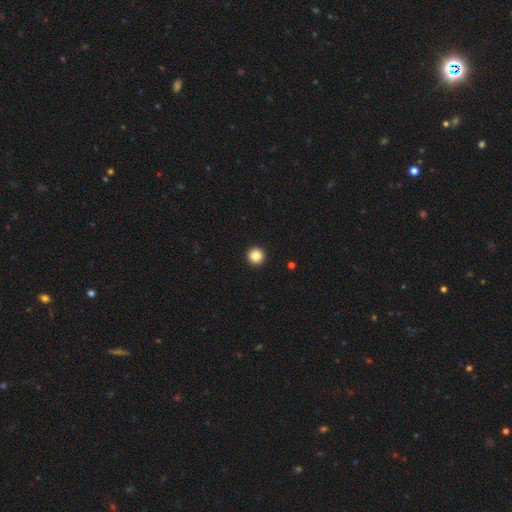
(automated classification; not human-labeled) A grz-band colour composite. It shows a smooth galaxy with no disk features (84%) that is round (97%). Merging: none (95%).